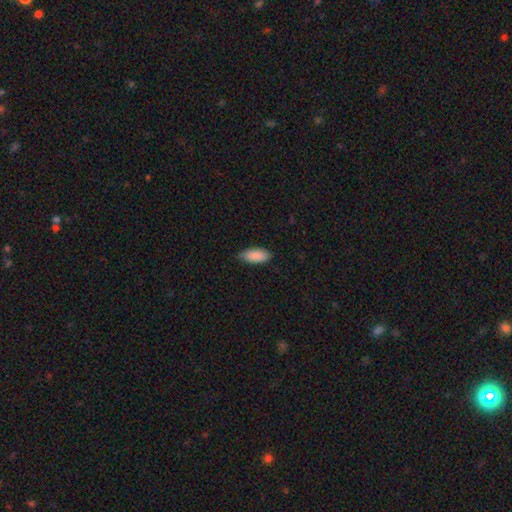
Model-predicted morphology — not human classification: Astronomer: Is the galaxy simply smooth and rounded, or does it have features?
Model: smooth — 90%.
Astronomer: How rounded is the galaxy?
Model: in between — 86%.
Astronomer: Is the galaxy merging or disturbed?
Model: none — 81%.